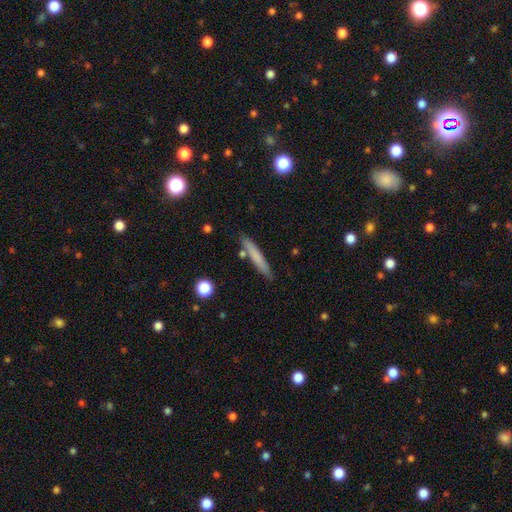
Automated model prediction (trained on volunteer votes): smooth 70%, featured or disk 23%, star or artifact 7%. Down the decision tree: how rounded — cigar-shaped (94%); merging — none (83%).